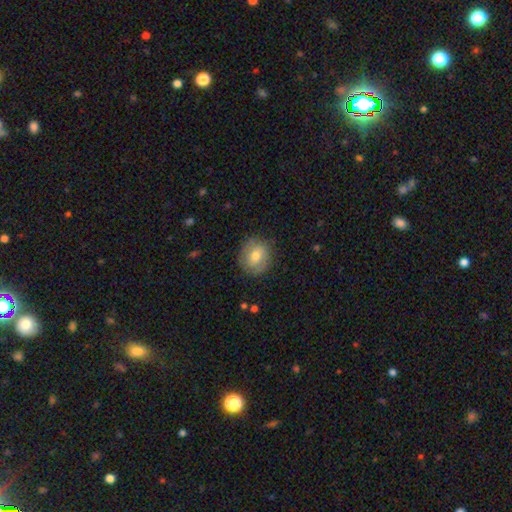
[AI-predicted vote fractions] Smooth or featured? smooth (64%)
How rounded? round (79%)
Merging? none (82%)